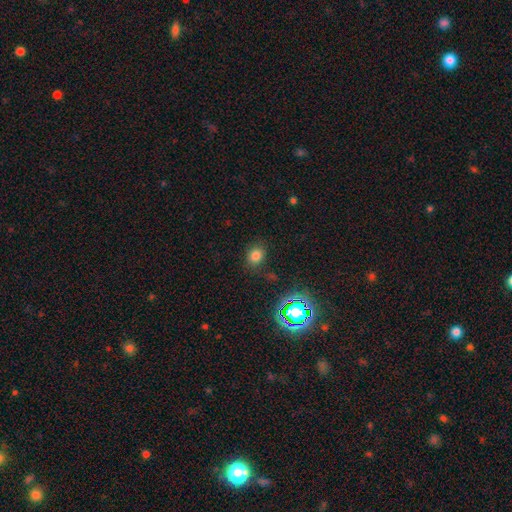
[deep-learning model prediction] This is likely a smooth galaxy (75%). How rounded: likely round (61%). Merging: likely none (79%).